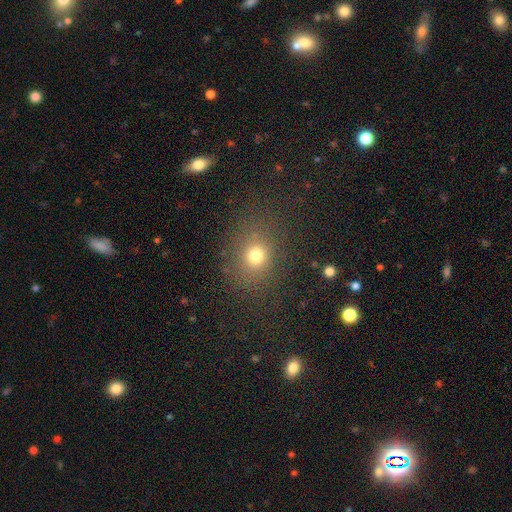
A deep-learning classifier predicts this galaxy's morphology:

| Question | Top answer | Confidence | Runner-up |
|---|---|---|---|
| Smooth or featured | smooth | 74% | star or artifact (17%) |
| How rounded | round | 65% | in between (34%) |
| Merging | none | 81% | minor disturbance (11%) |